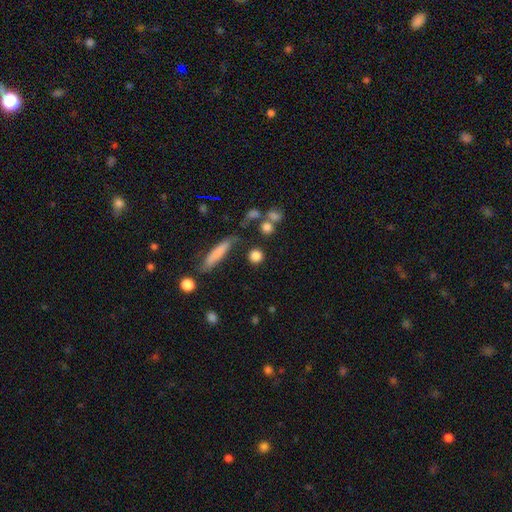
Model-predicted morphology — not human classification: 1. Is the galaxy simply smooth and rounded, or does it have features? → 82% smooth, 10% star or artifact, 8% featured or disk.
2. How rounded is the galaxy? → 80% round, 11% in between, 8% cigar-shaped.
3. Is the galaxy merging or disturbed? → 77% none, 10% minor disturbance, 9% merger, 5% major disturbance.